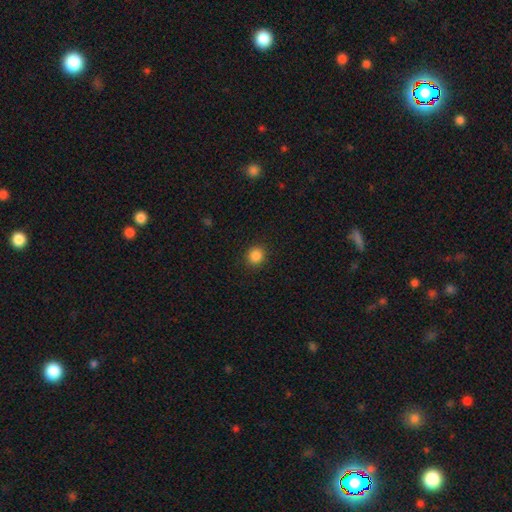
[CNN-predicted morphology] smooth 86%, star or artifact 11%, featured or disk 4%. Down the decision tree: how rounded — round (87%); merging — none (91%).